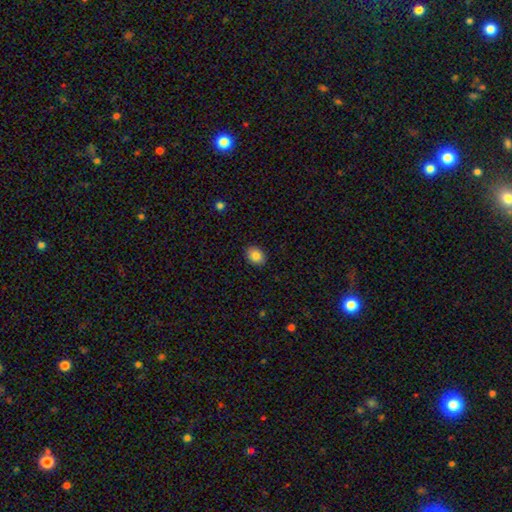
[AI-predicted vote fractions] smooth 86%, star or artifact 9%, featured or disk 6%. Down the decision tree: how rounded — in between (58%); merging — none (88%).